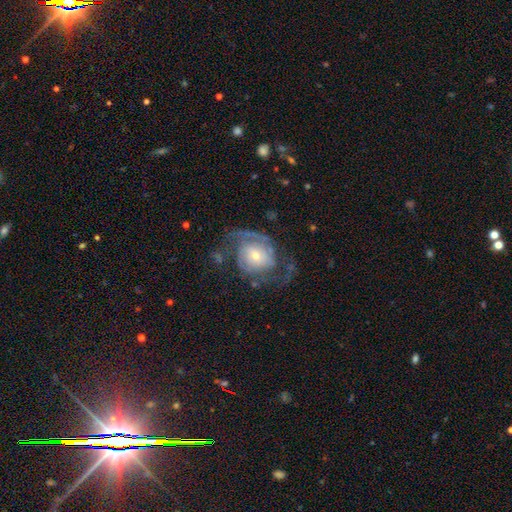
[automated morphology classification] A featured or disk galaxy (78%) with no bar (69%), 2 (68%) medium (43%) spiral arms (88%) and a small central bulge (57%). Merging: none (53%).